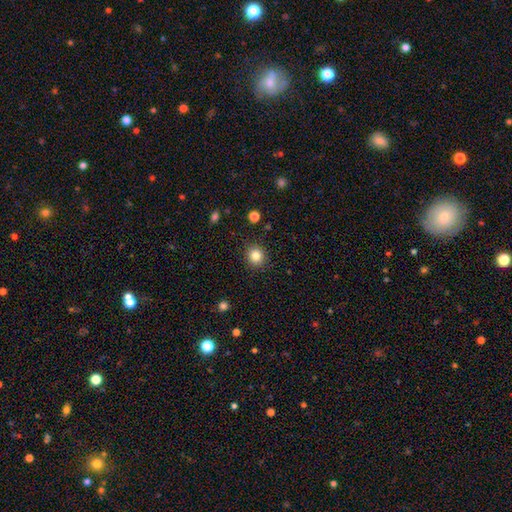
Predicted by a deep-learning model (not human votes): Smooth or featured? smooth (84%)
How rounded? round (85%)
Merging? none (89%)